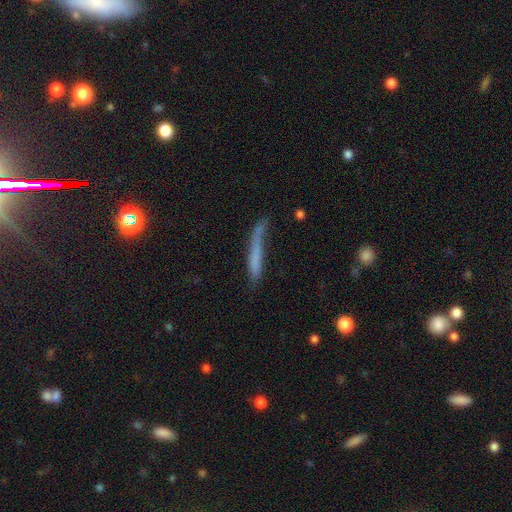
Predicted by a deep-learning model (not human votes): Overall: smooth (62%; featured or disk 28%). How rounded: cigar-shaped (93%). Merging: none (51%; minor disturbance 27%).